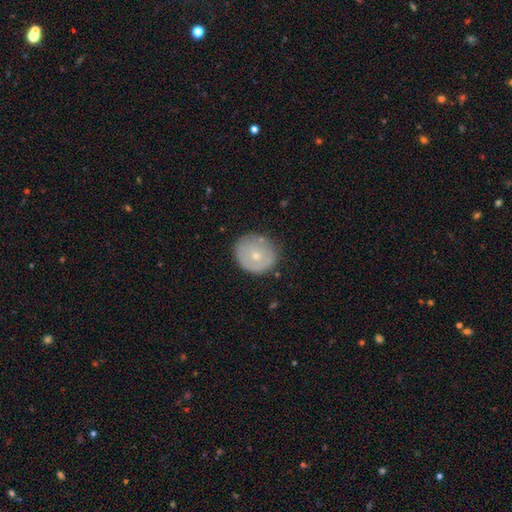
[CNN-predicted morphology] type=smooth (61%); roundness=round (85%); merging=none (78%).